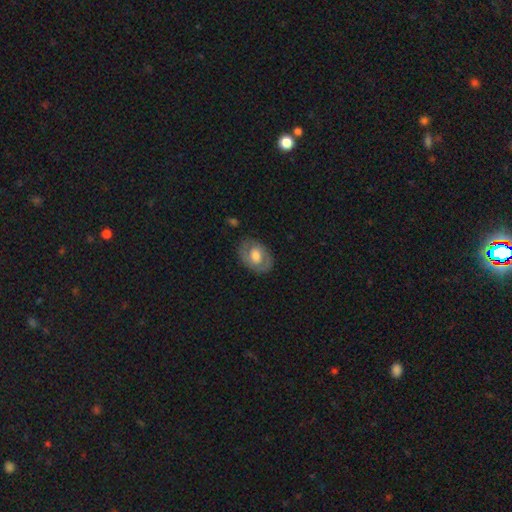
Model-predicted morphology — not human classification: Overall: featured or disk (47%, tied with smooth). Merging: none (76%).